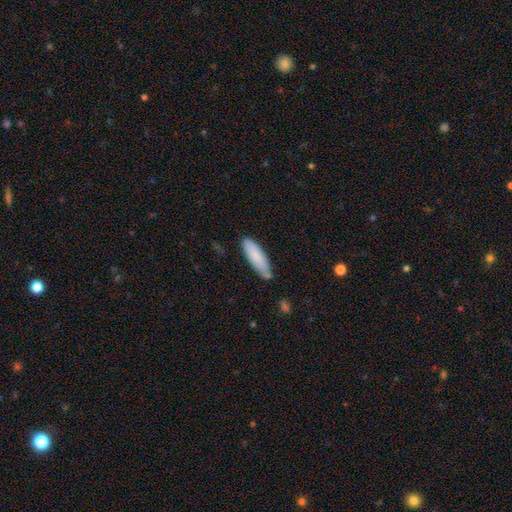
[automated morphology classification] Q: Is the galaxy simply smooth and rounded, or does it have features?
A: smooth — 84%.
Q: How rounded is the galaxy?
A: cigar-shaped — 54%.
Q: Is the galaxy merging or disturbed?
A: none — 76%.